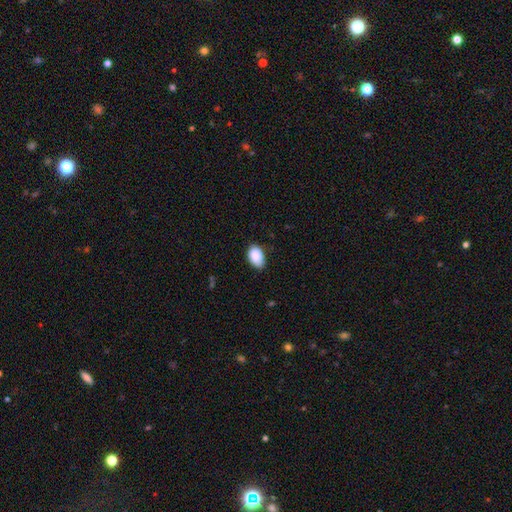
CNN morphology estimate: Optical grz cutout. It shows a smooth galaxy with no disk features (89%) that is in between round and cigar-shaped (90%). Merging: none (70%).